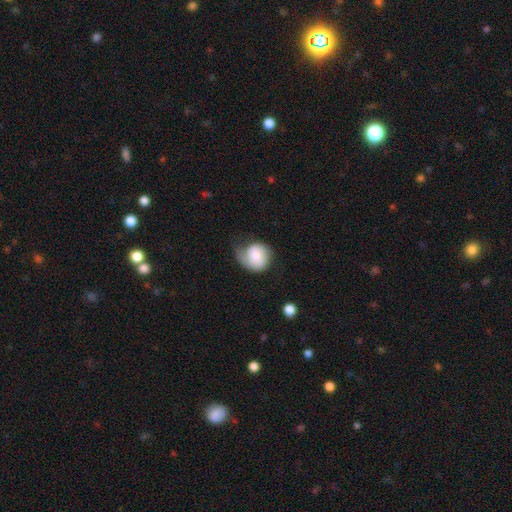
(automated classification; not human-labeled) This appears to be a smooth galaxy with no disk features (63%) that is round (75%). Merging: minor disturbance (37%).